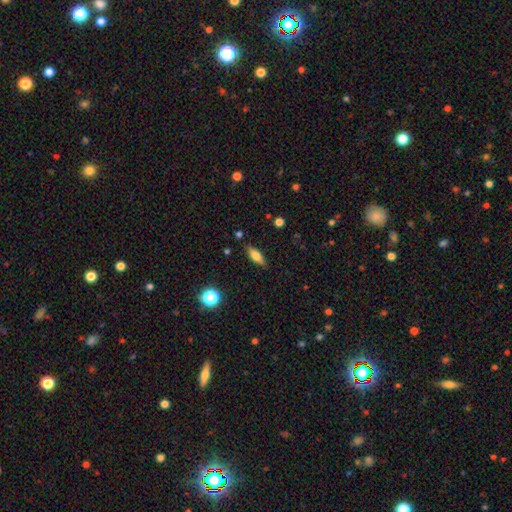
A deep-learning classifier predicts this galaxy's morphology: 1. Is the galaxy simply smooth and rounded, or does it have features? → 65% smooth, 26% featured or disk, 9% star or artifact.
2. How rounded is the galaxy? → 62% in between, 34% cigar-shaped, 4% round.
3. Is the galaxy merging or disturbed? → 86% none, 10% minor disturbance, 2% major disturbance, 2% merger.